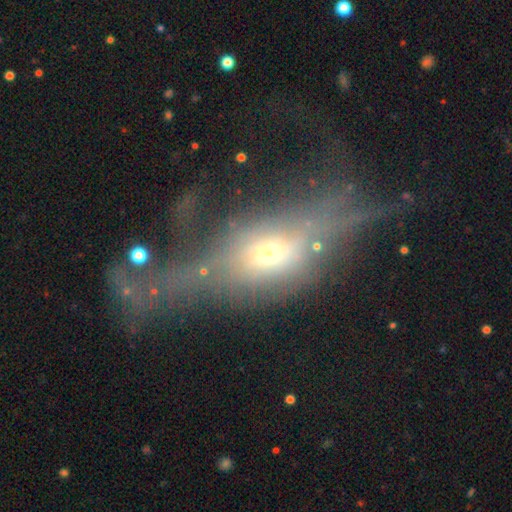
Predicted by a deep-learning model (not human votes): Q: Smooth or featured?
A: featured or disk (56%); runner-up: smooth (30%)
Q: Edge-on disk?
A: yes (62%); runner-up: no (38%)
Q: Merging?
A: major disturbance (41%); runner-up: none (35%)